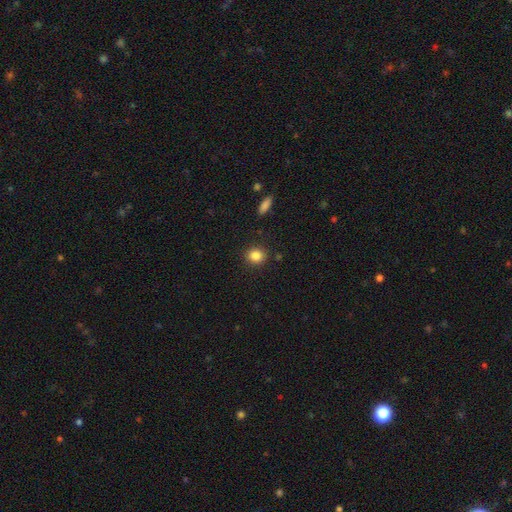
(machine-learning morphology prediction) A smooth galaxy with no disk features (85%) that is round (78%).

Vote fractions:
- Smooth or featured? smooth: 85% / star or artifact: 10% / featured or disk: 5%
- How rounded? round: 78% / in between: 21% / cigar-shaped: 1%
- Merging? none: 89% / minor disturbance: 7% / major disturbance: 2% / merger: 2%